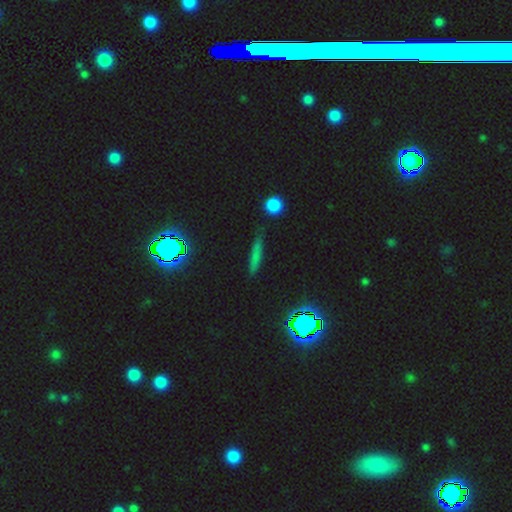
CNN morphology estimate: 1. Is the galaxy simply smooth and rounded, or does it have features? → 52% smooth, 27% star or artifact, 22% featured or disk.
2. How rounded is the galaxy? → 85% cigar-shaped, 9% in between, 5% round.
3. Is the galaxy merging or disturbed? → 82% none, 12% minor disturbance, 3% major disturbance, 3% merger.